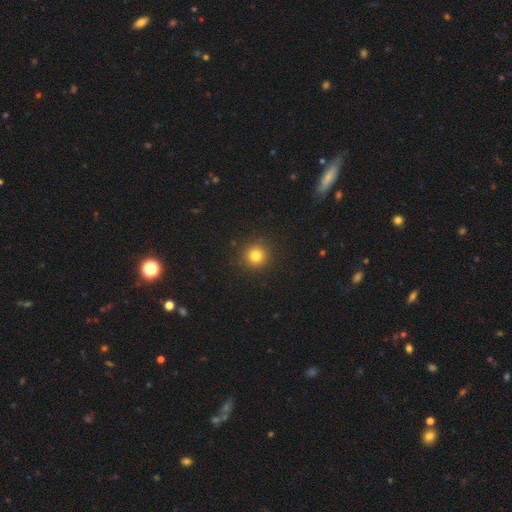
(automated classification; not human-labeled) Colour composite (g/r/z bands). It shows a smooth galaxy with no disk features (80%) that is round (94%). Merging: none (91%).